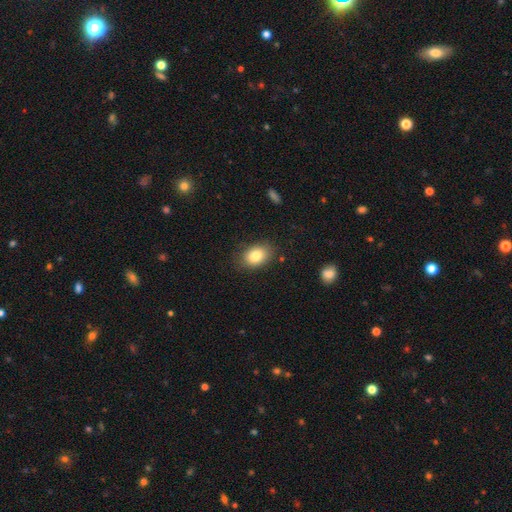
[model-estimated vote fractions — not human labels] This appears to be a smooth galaxy with no disk features (82%) that is in between round and cigar-shaped (78%). Merging: none (82%).